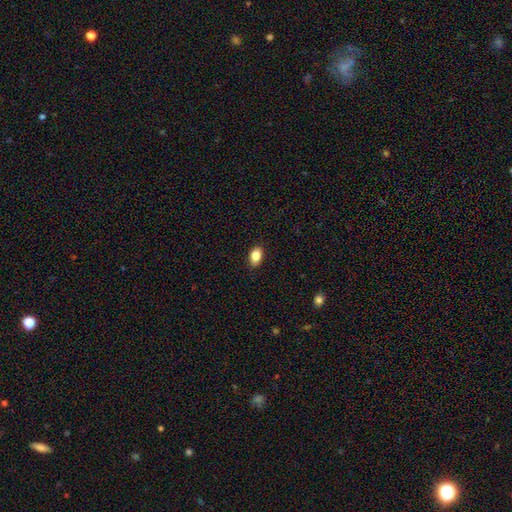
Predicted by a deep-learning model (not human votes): Smooth or featured: smooth — 86% (star or artifact — 8%)
How rounded: in between — 89% (round — 9%)
Merging: none — 88% (minor disturbance — 9%)